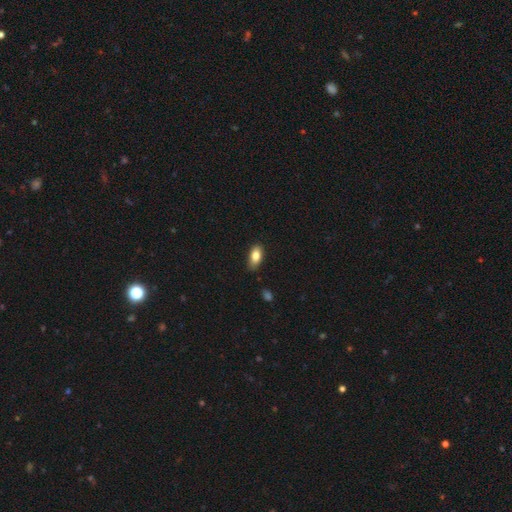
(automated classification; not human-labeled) This is clearly a smooth galaxy (83%). How rounded: clearly in between (89%). Merging: likely none (80%).